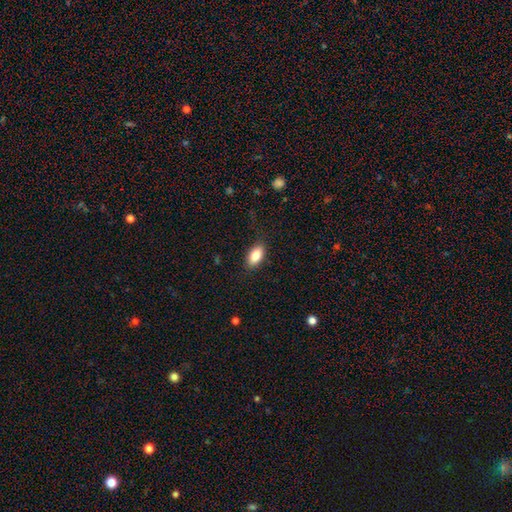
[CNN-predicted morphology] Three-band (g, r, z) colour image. It shows a smooth galaxy with no disk features (84%) that is in between round and cigar-shaped (91%). Merging: none (85%).